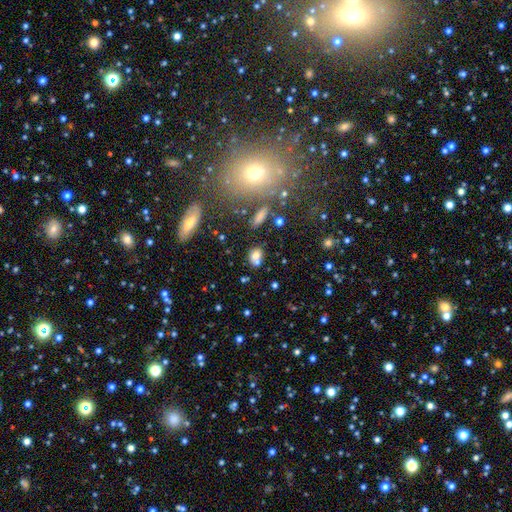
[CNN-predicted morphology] This is likely a smooth galaxy (70%). How rounded: possibly in between (51%). Merging: possibly none (50%).